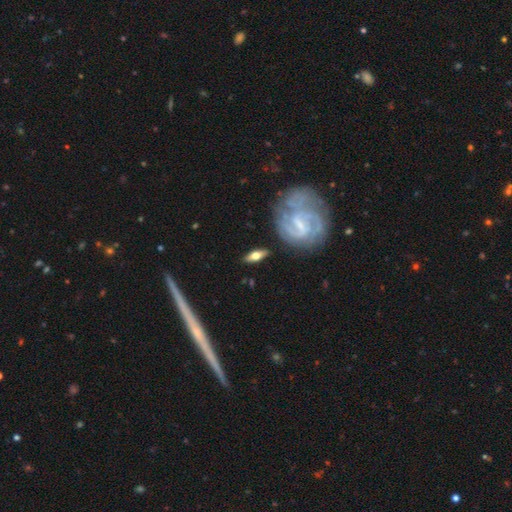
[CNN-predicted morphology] Smooth or featured? Predicted: featured or disk (p=0.56). Edge-on disk? Predicted: yes (p=0.53). Merging? Predicted: none (p=0.80).